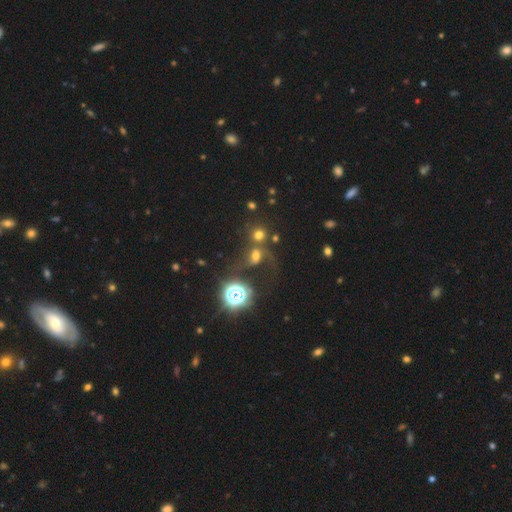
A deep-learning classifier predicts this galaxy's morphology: Q: Smooth or featured?
A: smooth (51%); runner-up: star or artifact (27%)
Q: How rounded?
A: round (60%); runner-up: in between (37%)
Q: Merging?
A: merger (35%); runner-up: none (33%)